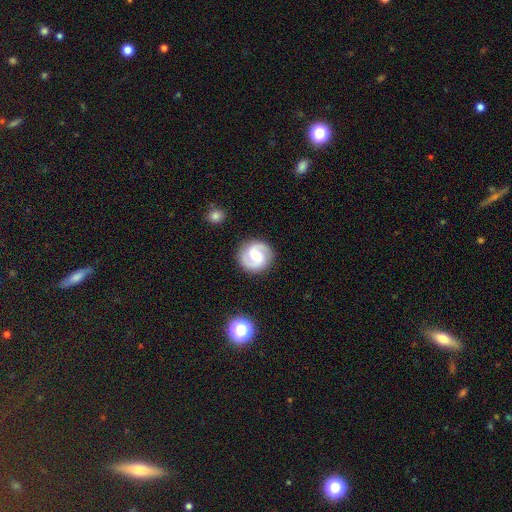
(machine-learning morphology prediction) Smooth or featured? Predicted: featured or disk (p=0.80). Edge-on disk? Predicted: no (p=0.98). Bar? Predicted: weak (p=0.50). Spiral arms? Predicted: yes (p=0.96). Spiral winding? Predicted: medium (p=0.51). Spiral arm count? Predicted: 2 (p=0.92). Bulge size? Predicted: moderate (p=0.62). Merging? Predicted: none (p=0.88).